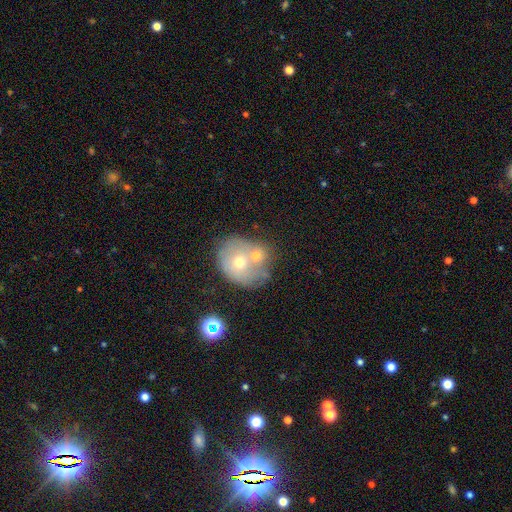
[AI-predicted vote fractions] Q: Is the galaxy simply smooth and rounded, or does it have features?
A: smooth — 56%.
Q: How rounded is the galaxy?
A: round — 68%.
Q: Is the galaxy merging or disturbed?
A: merger — 60%.